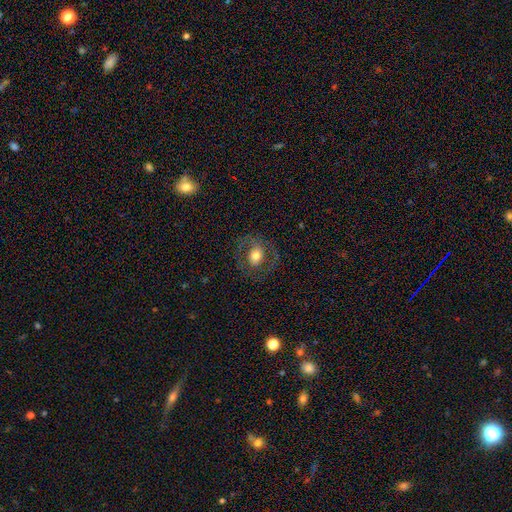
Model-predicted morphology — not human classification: smooth_or_featured: featured or disk (p=0.47) [alt: smooth p=0.44]
merging: none (p=0.77) [alt: minor disturbance p=0.12]